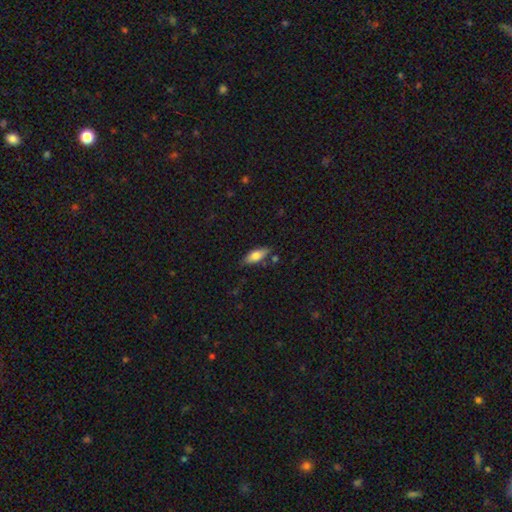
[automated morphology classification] smooth-or-featured: smooth: 72% | featured or disk: 21% | star or artifact: 7%
  how-rounded: in between: 72% | cigar-shaped: 25% | round: 3%
  merging: none: 77% | minor disturbance: 15% | merger: 4% | major disturbance: 3%